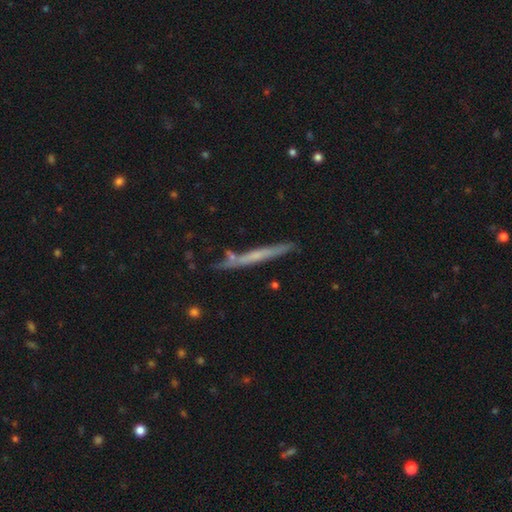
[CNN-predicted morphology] Smooth or featured? featured or disk (51%)
Edge-on disk? yes (94%)
Merging? none (80%)